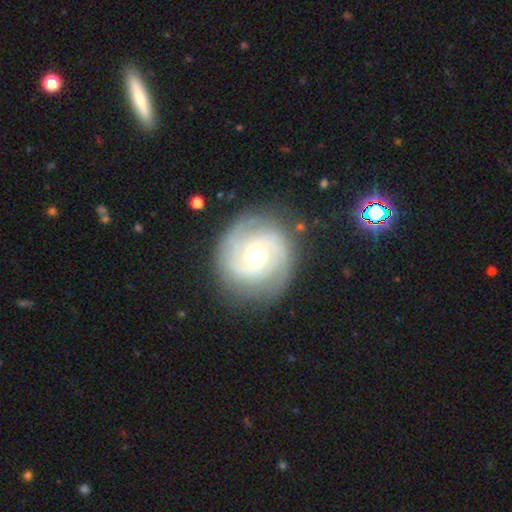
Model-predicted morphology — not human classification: smooth_or_featured: featured or disk (p=0.84) [alt: smooth p=0.11]
disk_edge_on: no (p=0.98) [alt: yes p=0.02]
bar: no (p=0.69) [alt: weak p=0.25]
has_spiral_arms: yes (p=0.96) [alt: no p=0.04]
spiral_winding: tight (p=0.66) [alt: medium p=0.28]
spiral_arm_count: 2 (p=0.44) [alt: 3 p=0.22]
bulge_size: moderate (p=0.51) [alt: small p=0.44]
merging: none (p=0.83) [alt: minor disturbance p=0.12]